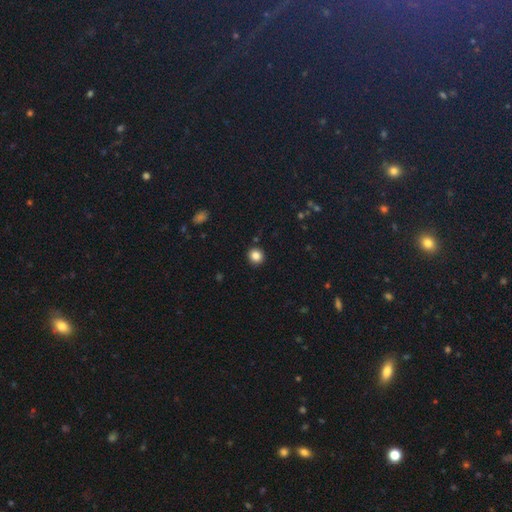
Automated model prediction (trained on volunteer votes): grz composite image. It shows a smooth galaxy with no disk features (85%) that is round (90%). Merging: none (92%).